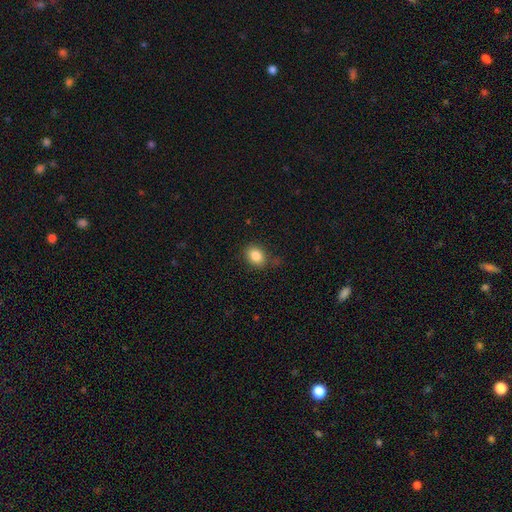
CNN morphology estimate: smooth 85%, star or artifact 9%, featured or disk 6%. Down the decision tree: how rounded — in between (59%); merging — none (80%).